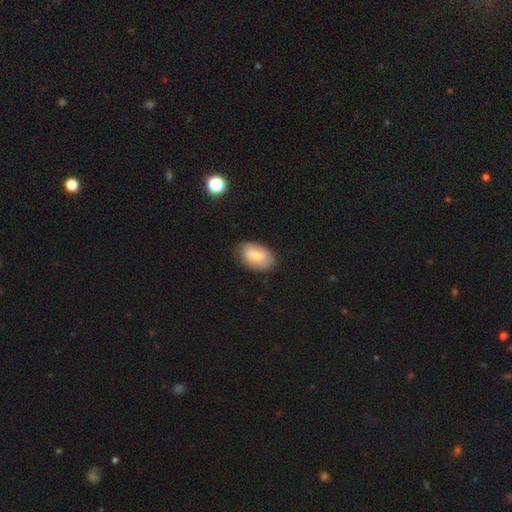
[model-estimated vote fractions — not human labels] Overall: smooth (74%). How rounded: in between (92%). Merging: none (80%).